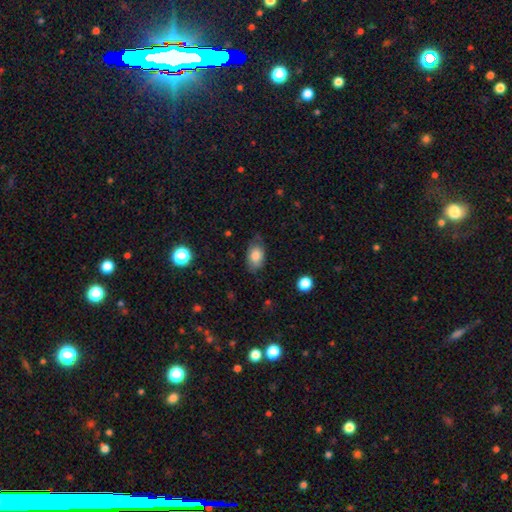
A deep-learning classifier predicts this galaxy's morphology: Q: Smooth or featured?
A: smooth (79%); runner-up: featured or disk (13%)
Q: How rounded?
A: in between (89%); runner-up: round (10%)
Q: Merging?
A: none (67%); runner-up: minor disturbance (25%)